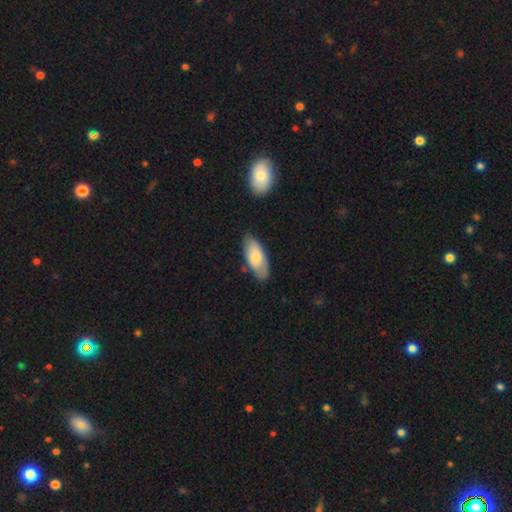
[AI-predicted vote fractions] Smooth or featured?
  - smooth: 73% *
  - featured or disk: 21%
  - star or artifact: 6%
How rounded?
  - in between: 84% *
  - cigar-shaped: 14%
  - round: 2%
Merging?
  - none: 78% *
  - minor disturbance: 16%
  - merger: 3%
  - major disturbance: 3%